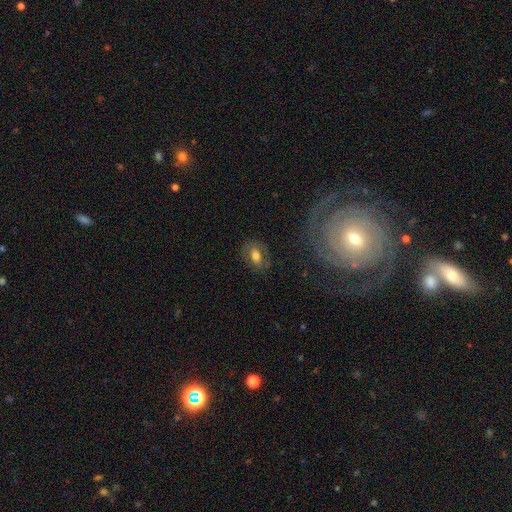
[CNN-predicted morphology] A smooth galaxy with no disk features (60%) that is in between round and cigar-shaped (79%).

Vote fractions:
- Smooth or featured? smooth: 60% / featured or disk: 31% / star or artifact: 9%
- How rounded? in between: 79% / round: 18% / cigar-shaped: 3%
- Merging? none: 79% / minor disturbance: 14% / major disturbance: 6% / merger: 1%